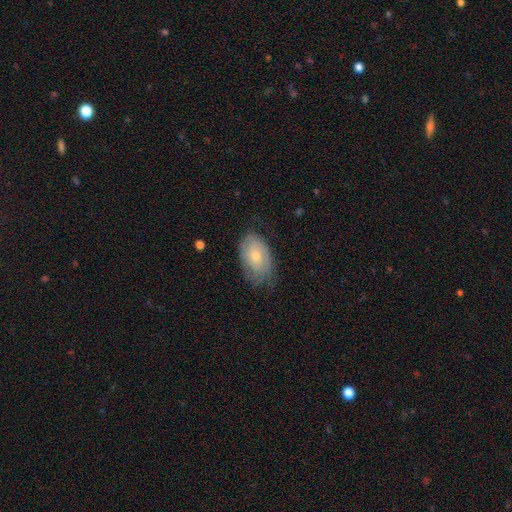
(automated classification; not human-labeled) smooth_or_featured: featured or disk (p=0.48) [alt: smooth p=0.45]
merging: none (p=0.61) [alt: minor disturbance p=0.28]